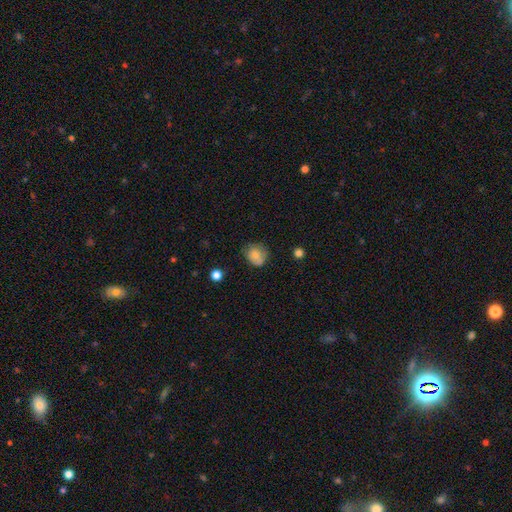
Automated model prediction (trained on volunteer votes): A smooth galaxy with no disk features (73%) that is round (70%). Merging: none (59%).